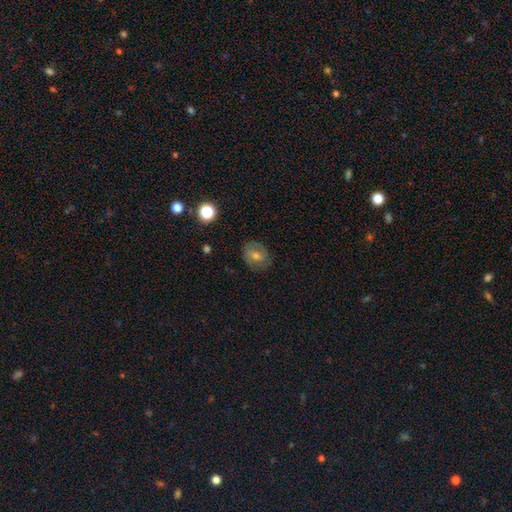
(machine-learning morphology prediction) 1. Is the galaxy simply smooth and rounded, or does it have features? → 45% smooth, 40% featured or disk, 15% star or artifact.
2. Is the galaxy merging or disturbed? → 80% none, 14% minor disturbance, 5% major disturbance, 1% merger.